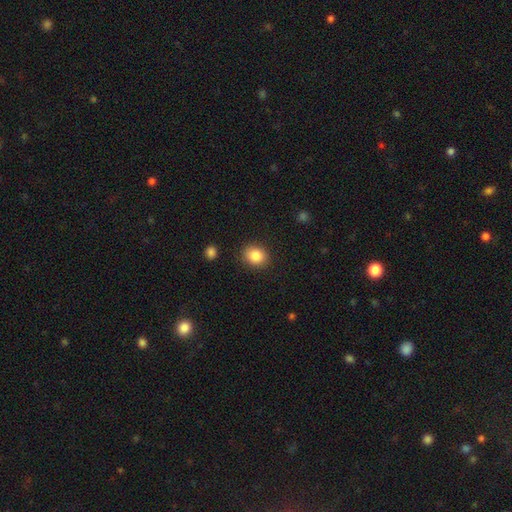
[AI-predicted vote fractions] A smooth galaxy with no disk features (85%) that is round (61%).

Vote fractions:
- Smooth or featured? smooth: 85% / star or artifact: 9% / featured or disk: 6%
- How rounded? round: 61% / in between: 38% / cigar-shaped: 1%
- Merging? none: 88% / minor disturbance: 8% / major disturbance: 2% / merger: 1%